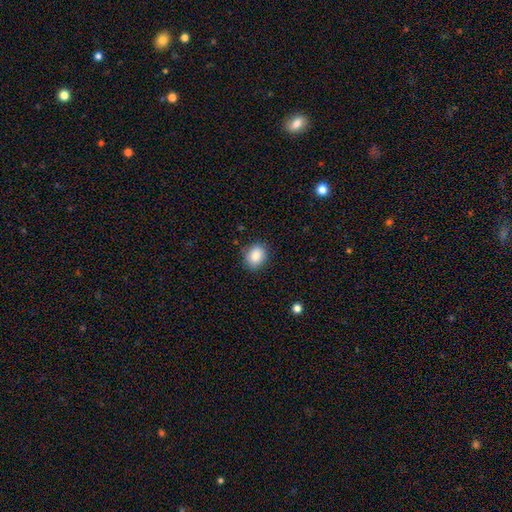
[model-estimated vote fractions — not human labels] This appears to be a smooth galaxy with no disk features (86%) that is round (59%). Merging: none (83%).